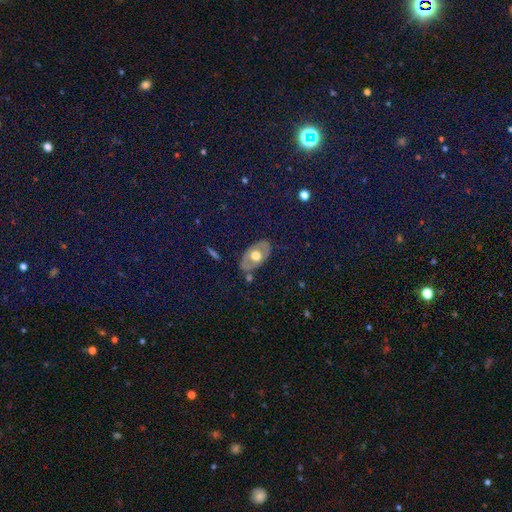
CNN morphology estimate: Smooth or featured: featured or disk — 46% (smooth — 45%)
Merging: none — 75% (minor disturbance — 16%)